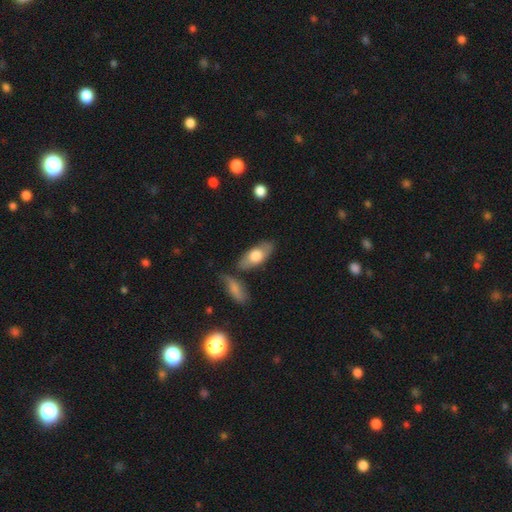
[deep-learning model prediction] A smooth galaxy with no disk features (64%) that is in between round and cigar-shaped (84%). Merging: none (74%).